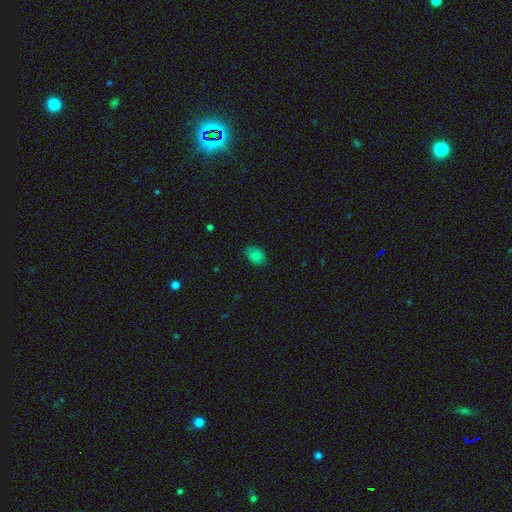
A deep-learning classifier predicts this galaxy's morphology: This appears to be a smooth galaxy with no disk features (83%) that is in between round and cigar-shaped (86%). Merging: none (81%).